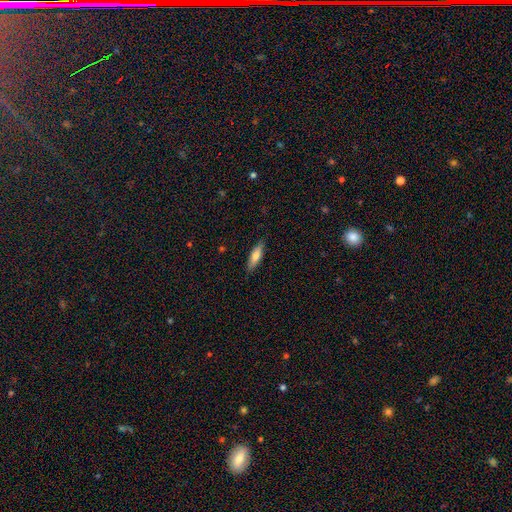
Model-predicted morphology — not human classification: type=smooth (72%); roundness=cigar-shaped (55%); merging=none (85%).